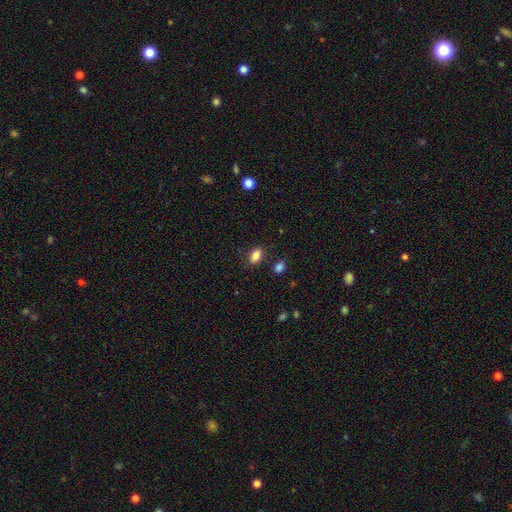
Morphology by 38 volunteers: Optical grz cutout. It shows a smooth galaxy with no disk features (95%) that is in between round and cigar-shaped (100%). Merging: none (89%).